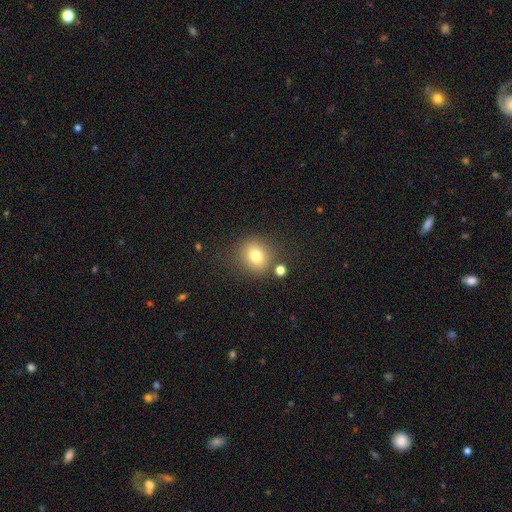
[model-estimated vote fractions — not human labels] A smooth galaxy with no disk features (78%) that is round (76%). Merging: none (77%).